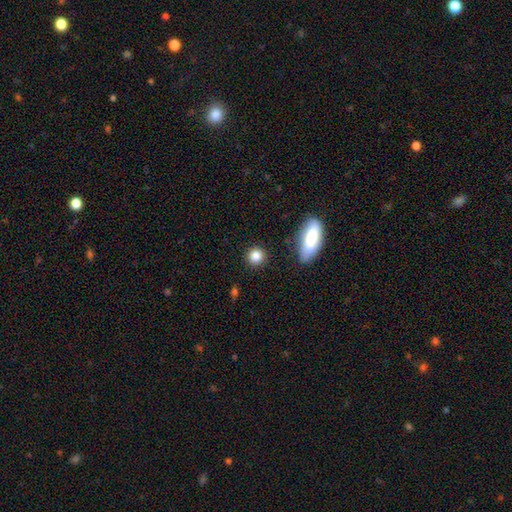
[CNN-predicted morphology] smooth-or-featured: smooth: 85% | star or artifact: 9% | featured or disk: 6%
  how-rounded: round: 85% | in between: 13% | cigar-shaped: 2%
  merging: none: 88% | minor disturbance: 7% | merger: 3% | major disturbance: 2%